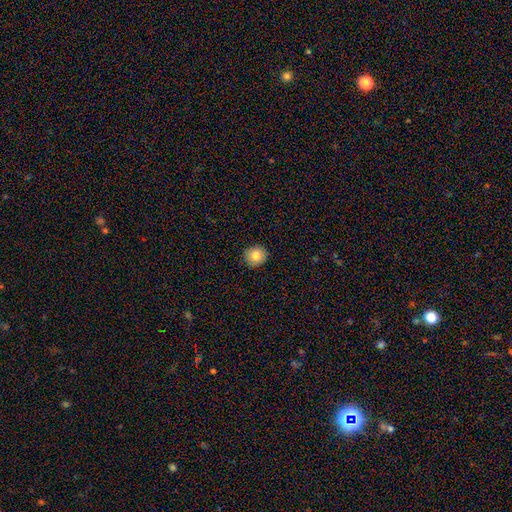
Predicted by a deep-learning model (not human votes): smooth 83%, star or artifact 9%, featured or disk 8%. Down the decision tree: how rounded — round (88%); merging — none (90%).